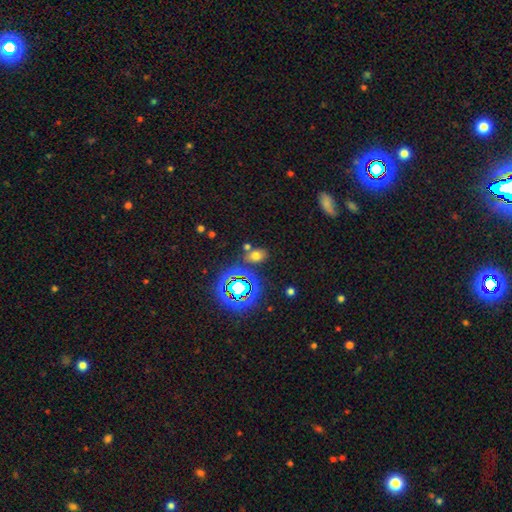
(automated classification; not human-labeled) A smooth galaxy with no disk features (60%) that is in between round and cigar-shaped (75%). Merging: none (73%).